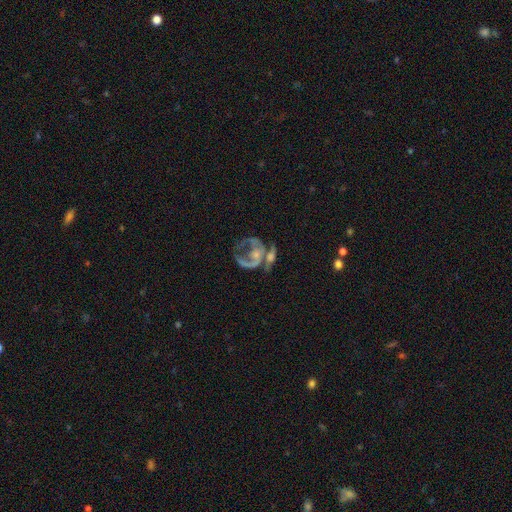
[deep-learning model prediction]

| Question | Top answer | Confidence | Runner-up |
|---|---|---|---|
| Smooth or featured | featured or disk | 68% | smooth (22%) |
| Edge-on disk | no | 97% | yes (3%) |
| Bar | no | 77% | weak (18%) |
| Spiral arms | yes | 51% | no (49%) |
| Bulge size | small | 41% | moderate (34%) |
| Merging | merger | 38% | major disturbance (31%) |